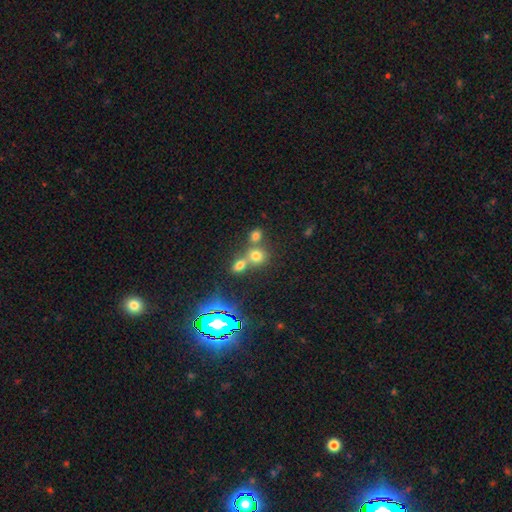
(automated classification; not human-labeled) smooth 67%, star or artifact 23%, featured or disk 10%. Down the decision tree: how rounded — round (78%); merging — merger (45%).